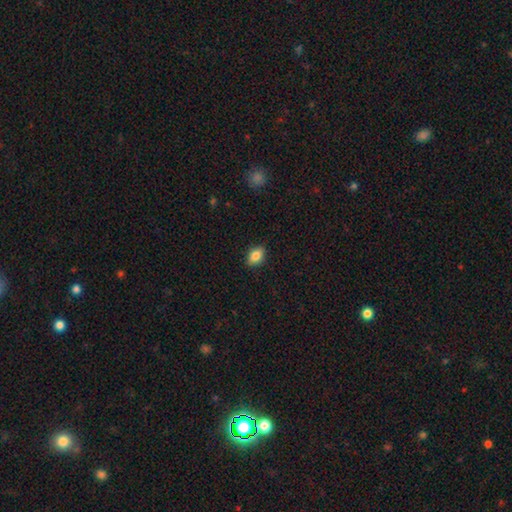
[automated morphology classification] Smooth or featured?
  - smooth: 82% *
  - star or artifact: 9%
  - featured or disk: 9%
How rounded?
  - in between: 79% *
  - round: 18%
  - cigar-shaped: 2%
Merging?
  - none: 87% *
  - minor disturbance: 10%
  - major disturbance: 2%
  - merger: 1%